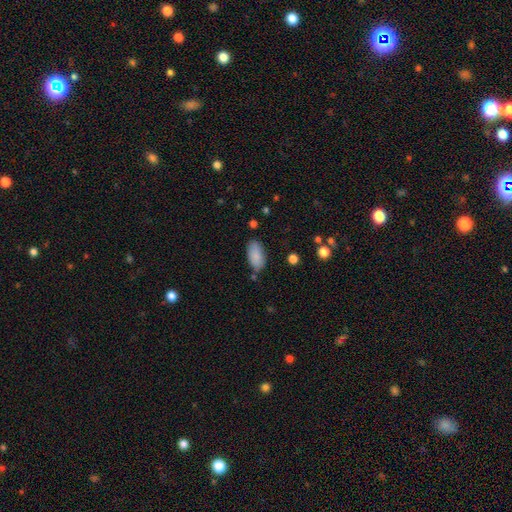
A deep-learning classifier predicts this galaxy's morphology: Q: Smooth or featured?
A: smooth (87%); runner-up: star or artifact (7%)
Q: How rounded?
A: in between (93%); runner-up: cigar-shaped (4%)
Q: Merging?
A: none (76%); runner-up: minor disturbance (17%)